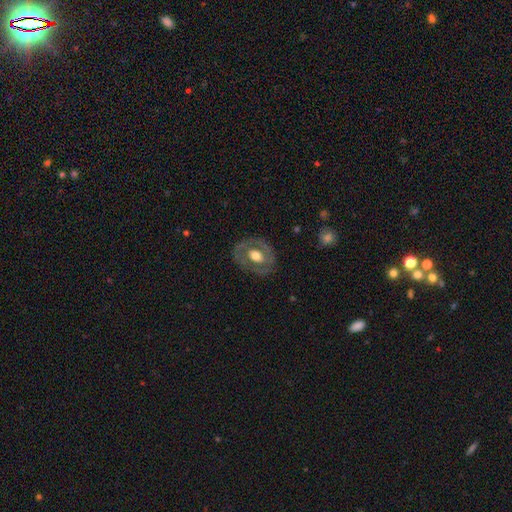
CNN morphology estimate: A featured or disk galaxy (58%) with no bar (69%), no spiral arms (71%) and a moderate central bulge (61%). Merging: none (77%).